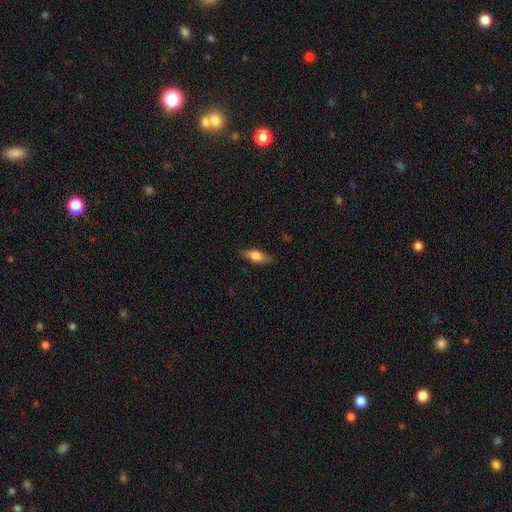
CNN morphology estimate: Smooth or featured: smooth — 63% (featured or disk — 30%)
How rounded: in between — 63% (cigar-shaped — 34%)
Merging: none — 85% (minor disturbance — 12%)